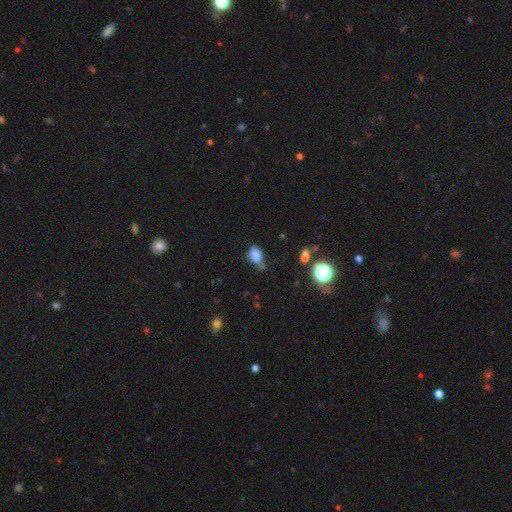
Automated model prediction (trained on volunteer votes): smooth_or_featured: smooth (p=0.77) [alt: star or artifact p=0.13]
how_rounded: in between (p=0.80) [alt: round p=0.18]
merging: none (p=0.38) [alt: minor disturbance p=0.37]